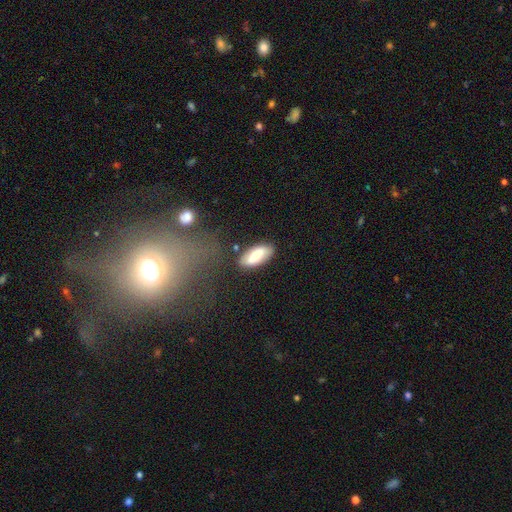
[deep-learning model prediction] Smooth or featured? smooth (70%)
How rounded? in between (82%)
Merging? none (79%)